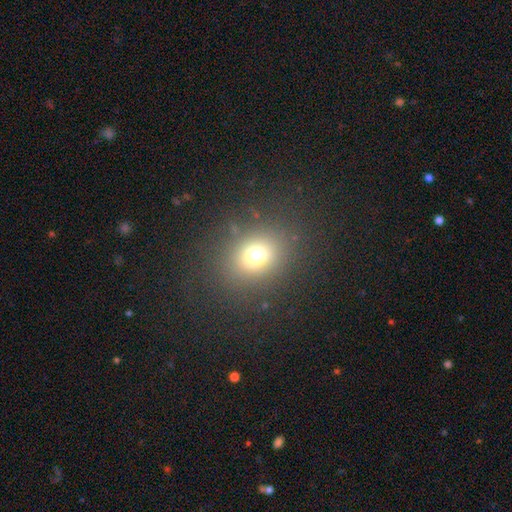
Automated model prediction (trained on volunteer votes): Morphology: type=smooth (69%); roundness=round (69%); merging=none (81%).